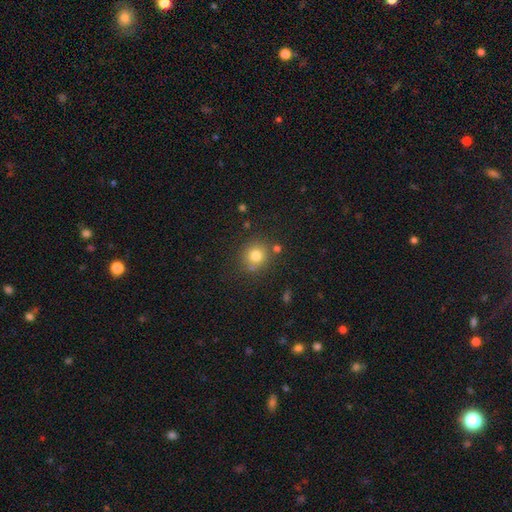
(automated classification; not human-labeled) Smooth or featured?
  - smooth: 79% *
  - star or artifact: 13%
  - featured or disk: 8%
How rounded?
  - round: 89% *
  - in between: 10%
  - cigar-shaped: 1%
Merging?
  - none: 78% *
  - minor disturbance: 10%
  - merger: 8%
  - major disturbance: 4%